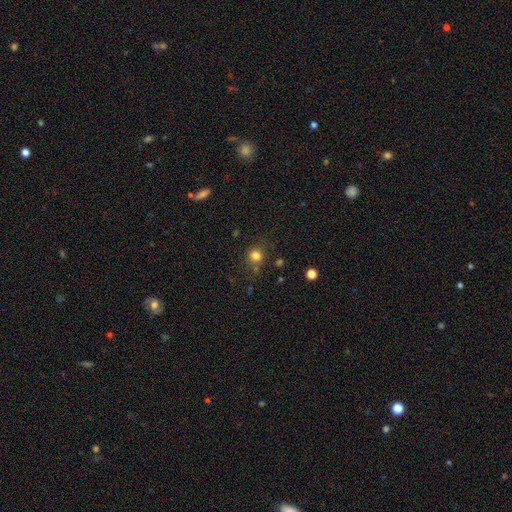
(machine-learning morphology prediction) This appears to be a smooth galaxy with no disk features (79%) that is round (88%). Merging: none (78%).